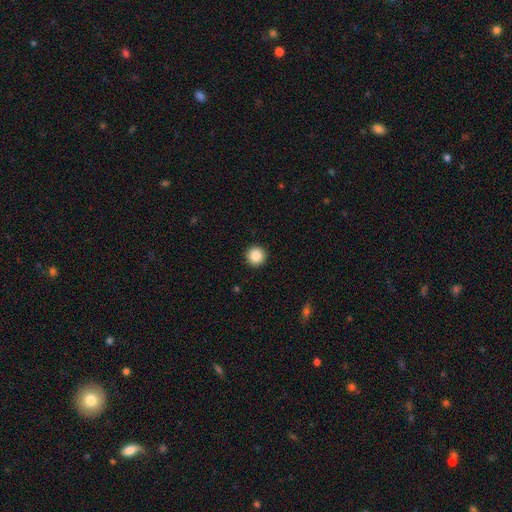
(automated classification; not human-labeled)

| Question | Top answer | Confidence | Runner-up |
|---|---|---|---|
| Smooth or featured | smooth | 86% | star or artifact (9%) |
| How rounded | round | 96% | in between (3%) |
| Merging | none | 94% | minor disturbance (4%) |